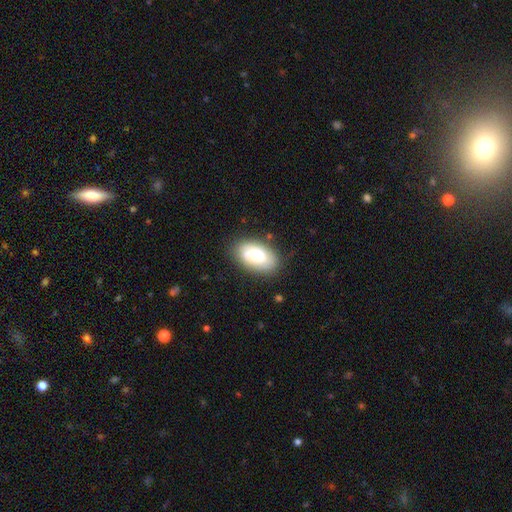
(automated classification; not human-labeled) This appears to be a smooth galaxy with no disk features (65%) that is in between round and cigar-shaped (93%). Merging: none (79%).